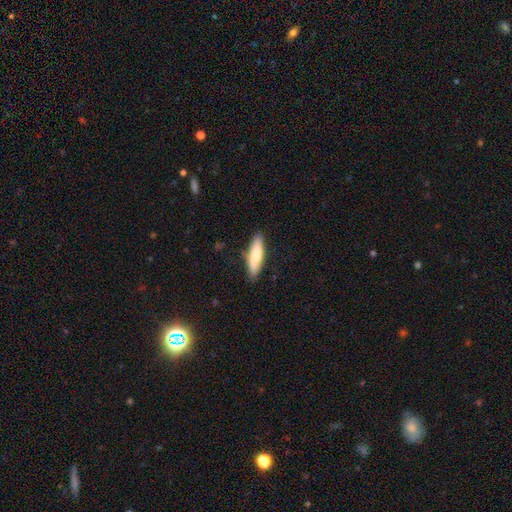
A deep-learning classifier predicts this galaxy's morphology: smooth-or-featured: smooth: 75% | featured or disk: 19% | star or artifact: 6%
  how-rounded: cigar-shaped: 64% | in between: 34% | round: 2%
  merging: none: 84% | minor disturbance: 12% | major disturbance: 2% | merger: 1%